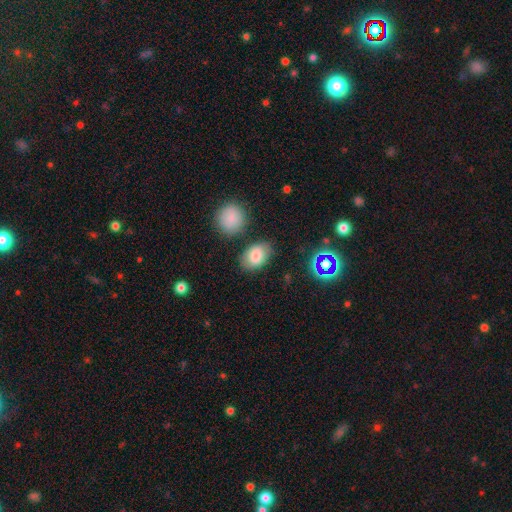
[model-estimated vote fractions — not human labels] A smooth galaxy with no disk features (82%) that is in between round and cigar-shaped (83%). Merging: none (76%).